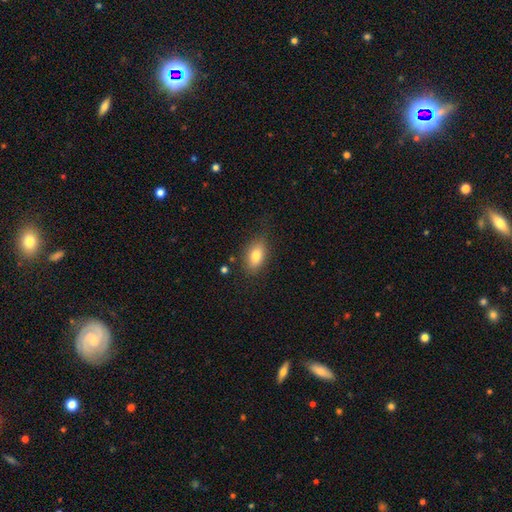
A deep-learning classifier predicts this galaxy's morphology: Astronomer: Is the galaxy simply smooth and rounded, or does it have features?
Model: smooth — 78%.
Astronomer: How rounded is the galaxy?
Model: in between — 84%.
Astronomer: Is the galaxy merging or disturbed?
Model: none — 76%.